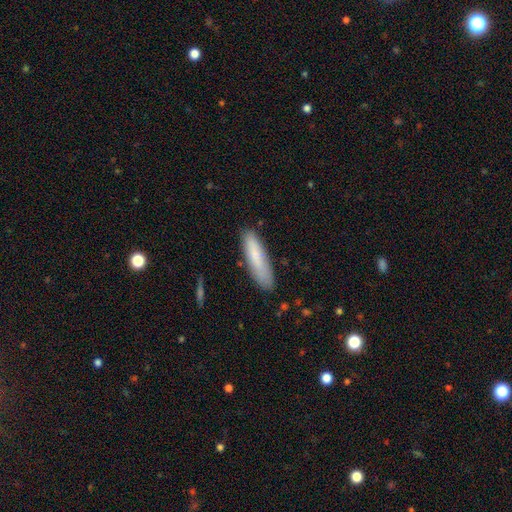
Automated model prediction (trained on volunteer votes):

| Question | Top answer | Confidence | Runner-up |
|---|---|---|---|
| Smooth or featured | smooth | 77% | featured or disk (17%) |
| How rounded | cigar-shaped | 73% | in between (26%) |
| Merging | none | 80% | minor disturbance (15%) |